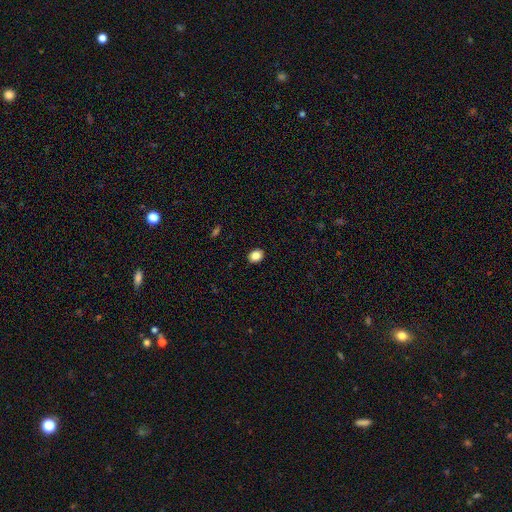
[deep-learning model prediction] Smooth or featured? Predicted: smooth (p=0.87). How rounded? Predicted: round (p=0.56). Merging? Predicted: none (p=0.91).